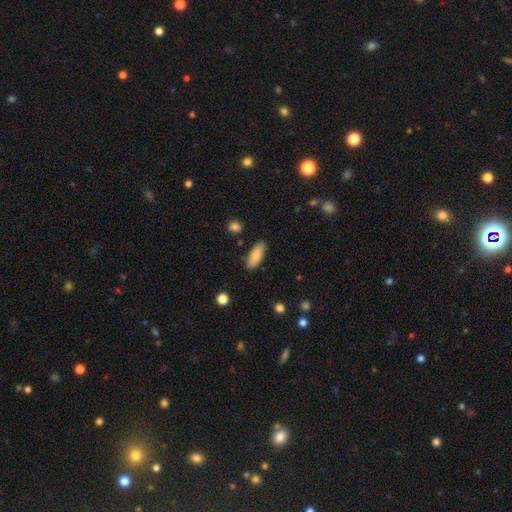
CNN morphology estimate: smooth_or_featured: smooth (p=0.85) [alt: featured or disk p=0.09]
how_rounded: in between (p=0.78) [alt: cigar-shaped p=0.20]
merging: none (p=0.87) [alt: minor disturbance p=0.09]